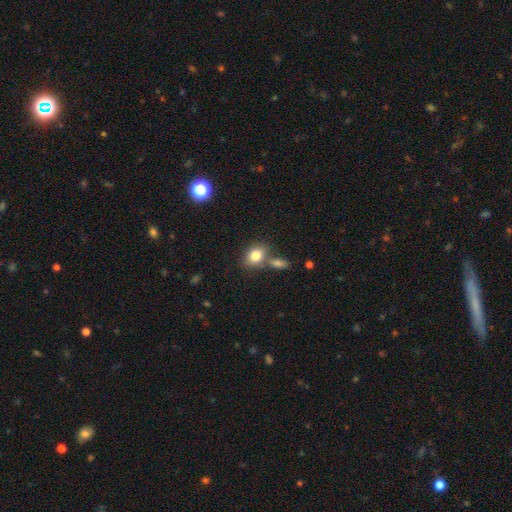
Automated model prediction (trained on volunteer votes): Smooth or featured? smooth (82%)
How rounded? in between (69%)
Merging? none (58%)